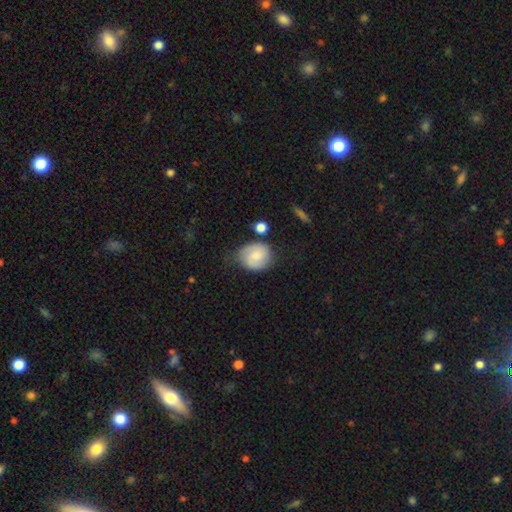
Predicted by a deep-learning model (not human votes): This appears to be a smooth galaxy with no disk features (62%) that is round (69%). Merging: none (55%).